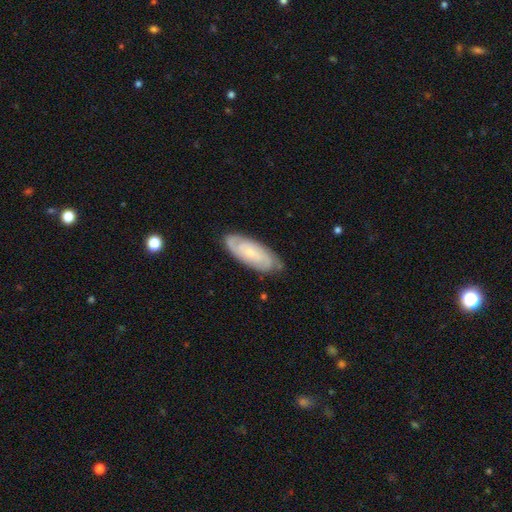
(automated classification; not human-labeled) smooth_or_featured: featured or disk (p=0.71) [alt: smooth p=0.24]
disk_edge_on: no (p=0.92) [alt: yes p=0.08]
bar: no (p=0.62) [alt: weak p=0.32]
has_spiral_arms: yes (p=0.94) [alt: no p=0.06]
spiral_winding: tight (p=0.61) [alt: medium p=0.32]
spiral_arm_count: 2 (p=0.60) [alt: can't tell p=0.22]
bulge_size: small (p=0.64) [alt: moderate p=0.26]
merging: none (p=0.78) [alt: minor disturbance p=0.17]